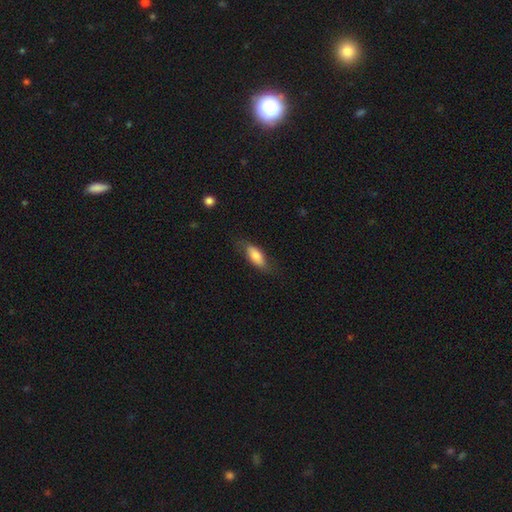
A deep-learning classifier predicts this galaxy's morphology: A smooth galaxy with no disk features (73%) that is in between round and cigar-shaped (79%). Merging: none (71%).